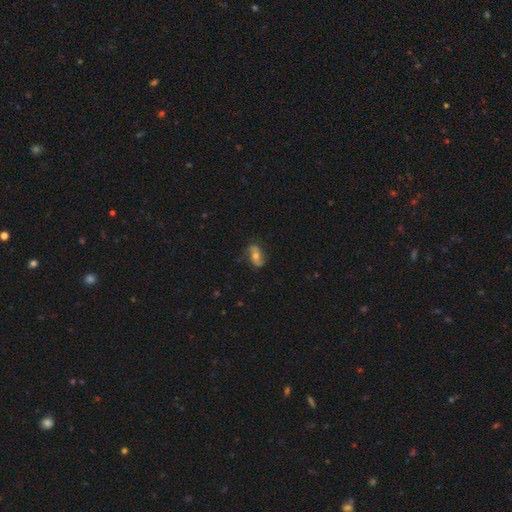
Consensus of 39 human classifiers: Overall: featured or disk (72%). Edge-on disk: no (93%). Bar: no (77%). Spiral arms: yes (85%). Spiral arm count: 2 (91%). Spiral winding: loose (82%). Bulge size: moderate (69%). Merging: none (75%).